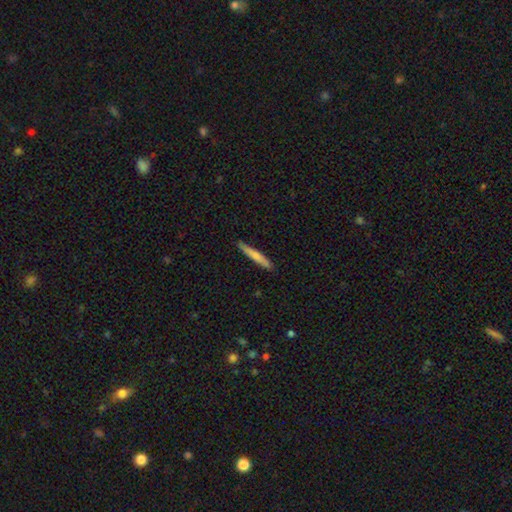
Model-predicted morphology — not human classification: Q: Smooth or featured?
A: smooth (69%); runner-up: featured or disk (25%)
Q: How rounded?
A: cigar-shaped (95%); runner-up: in between (4%)
Q: Merging?
A: none (86%); runner-up: minor disturbance (11%)